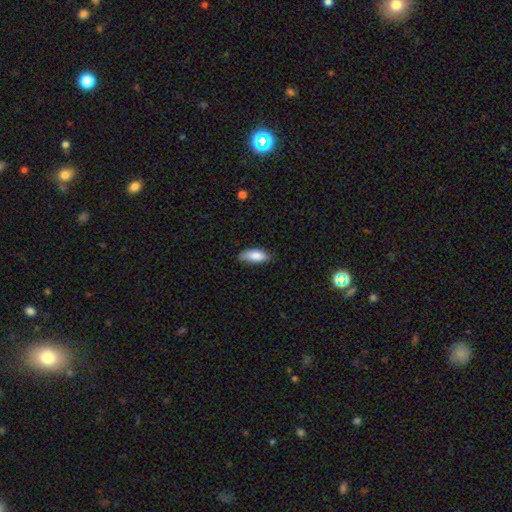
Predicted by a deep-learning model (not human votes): A smooth galaxy with no disk features (85%) that is in between round and cigar-shaped (82%). Merging: none (71%).